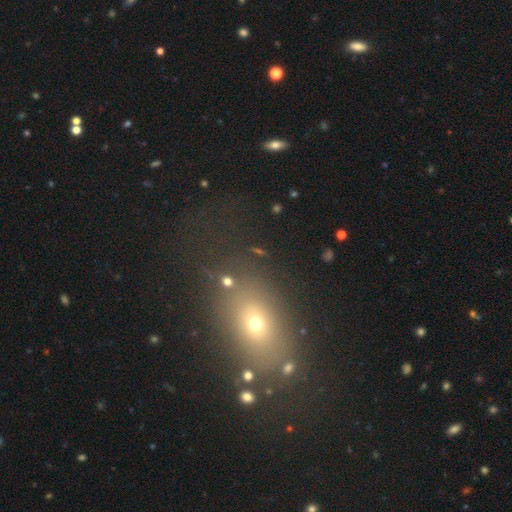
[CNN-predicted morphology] Smooth or featured?
  - smooth: 55% *
  - star or artifact: 29%
  - featured or disk: 16%
How rounded?
  - in between: 64% *
  - round: 30%
  - cigar-shaped: 5%
Merging?
  - none: 72% *
  - minor disturbance: 13%
  - major disturbance: 10%
  - merger: 5%